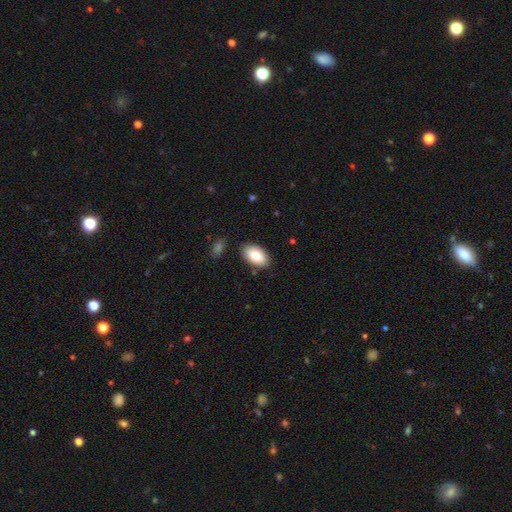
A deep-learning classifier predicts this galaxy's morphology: A smooth galaxy with no disk features (87%) that is in between round and cigar-shaped (95%). Merging: none (85%).